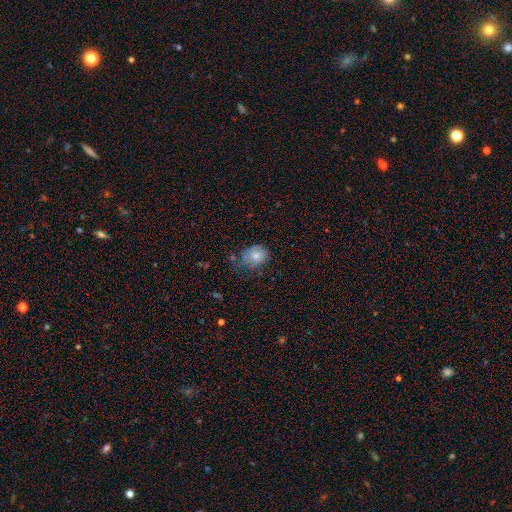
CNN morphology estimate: smooth 76%, featured or disk 15%, star or artifact 9%. Down the decision tree: how rounded — round (52%); merging — none (51%).